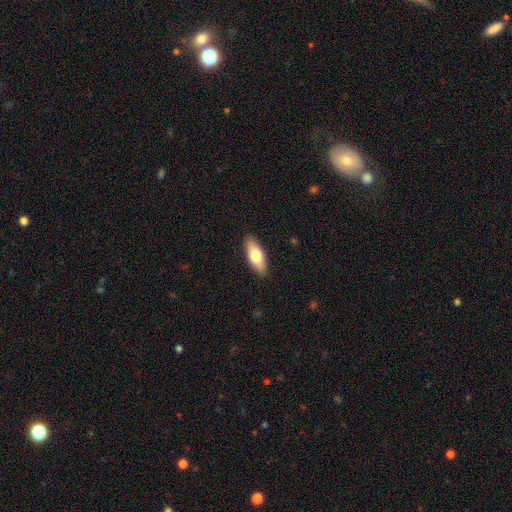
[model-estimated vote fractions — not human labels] Morphology: type=smooth (70%); roundness=in between (73%); merging=none (89%).